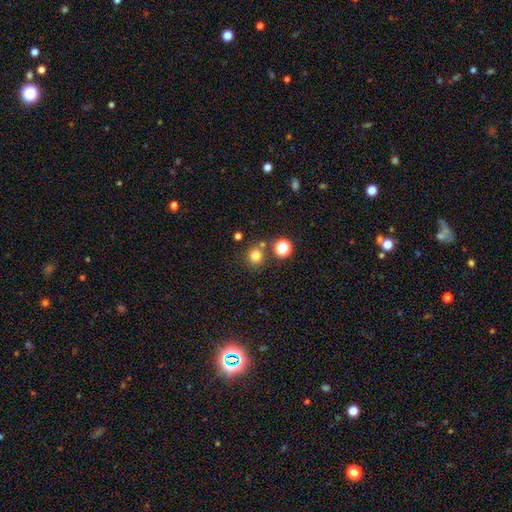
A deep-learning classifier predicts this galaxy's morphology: Overall: smooth (78%). How rounded: round (90%). Merging: none (79%).